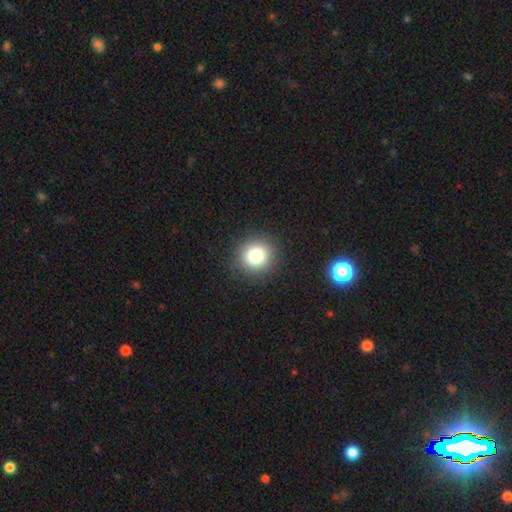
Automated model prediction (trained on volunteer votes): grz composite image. It shows a smooth galaxy with no disk features (81%) that is round (89%). Merging: none (90%).